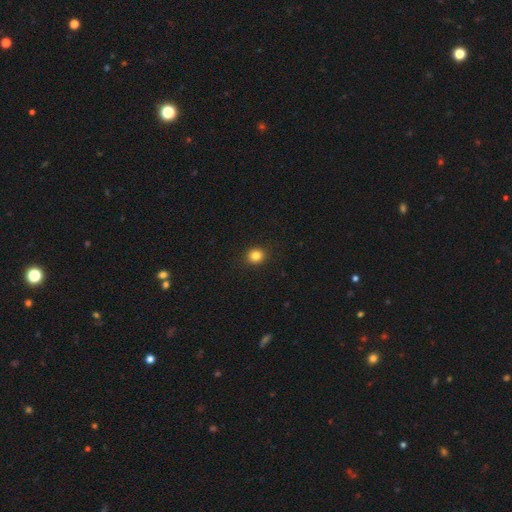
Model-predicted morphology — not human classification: Smooth or featured: smooth — 84% (star or artifact — 12%)
How rounded: round — 83% (in between — 16%)
Merging: none — 91% (minor disturbance — 6%)